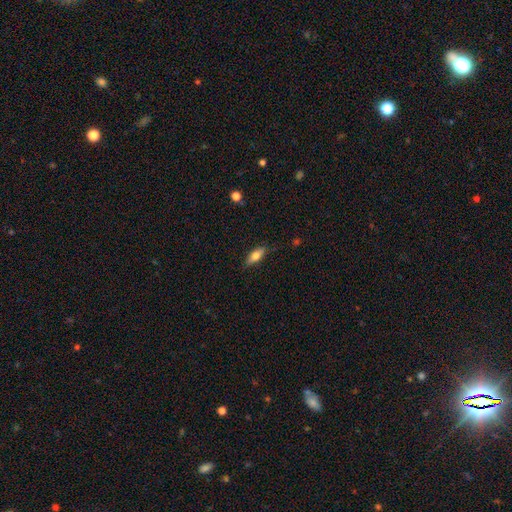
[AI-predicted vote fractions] Smooth or featured? Predicted: smooth (p=0.66). How rounded? Predicted: in between (p=0.63). Merging? Predicted: none (p=0.83).